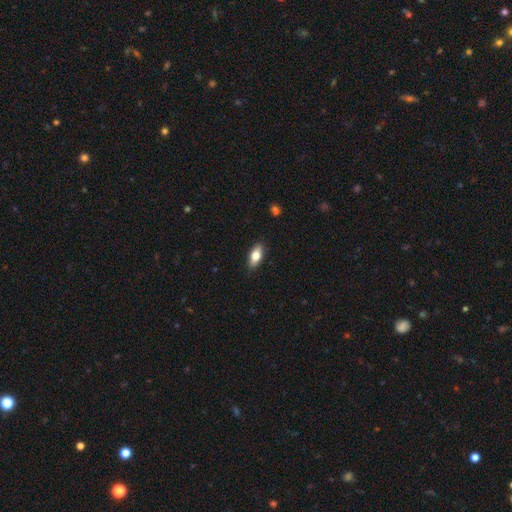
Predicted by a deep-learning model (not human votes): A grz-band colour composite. It shows a smooth galaxy with no disk features (74%) that is in between round and cigar-shaped (83%). Merging: none (88%).